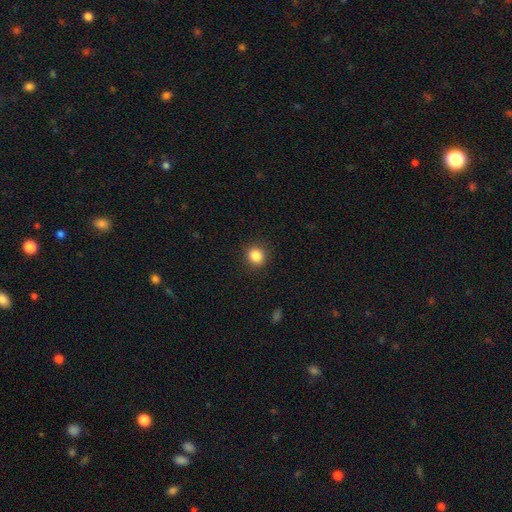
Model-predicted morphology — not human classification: The model was most divided on "how rounded": round: 83%, in between: 16%, cigar-shaped: 1%. More confident: merging — none (90%); smooth or featured — smooth (85%).